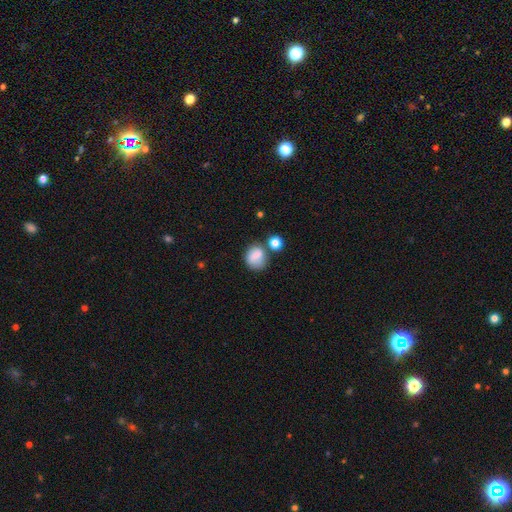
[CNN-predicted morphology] Smooth or featured?
  - smooth: 79% *
  - featured or disk: 12%
  - star or artifact: 9%
How rounded?
  - round: 66% *
  - in between: 33%
  - cigar-shaped: 1%
Merging?
  - none: 57% *
  - minor disturbance: 19%
  - merger: 18%
  - major disturbance: 7%